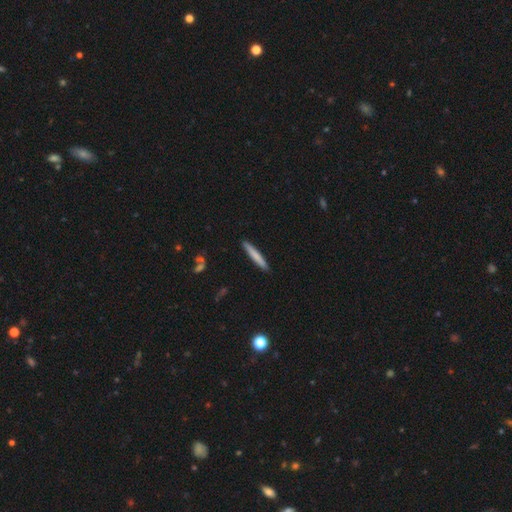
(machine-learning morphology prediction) smooth_or_featured: smooth (p=0.75) [alt: featured or disk p=0.20]
how_rounded: cigar-shaped (p=0.95) [alt: in between p=0.04]
merging: none (p=0.90) [alt: minor disturbance p=0.07]